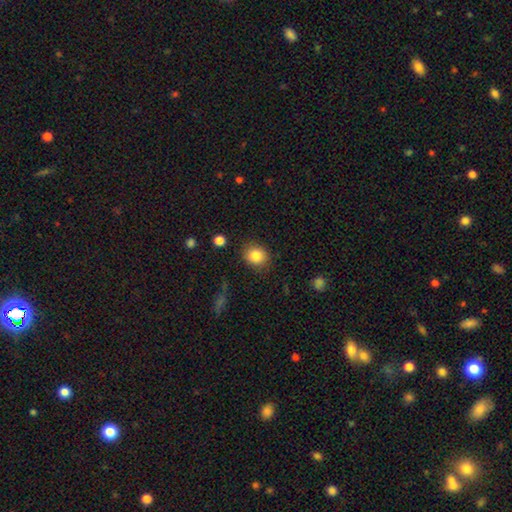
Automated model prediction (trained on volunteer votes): Overall: smooth (84%). How rounded: round (69%; in between 30%). Merging: none (86%).